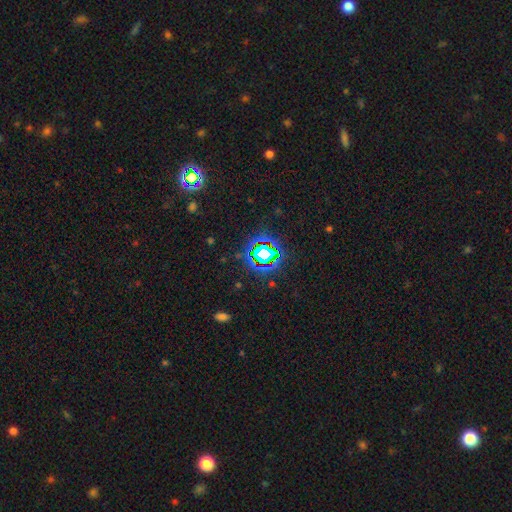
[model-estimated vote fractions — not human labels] star or artifact 80%, smooth 13%, featured or disk 7%.